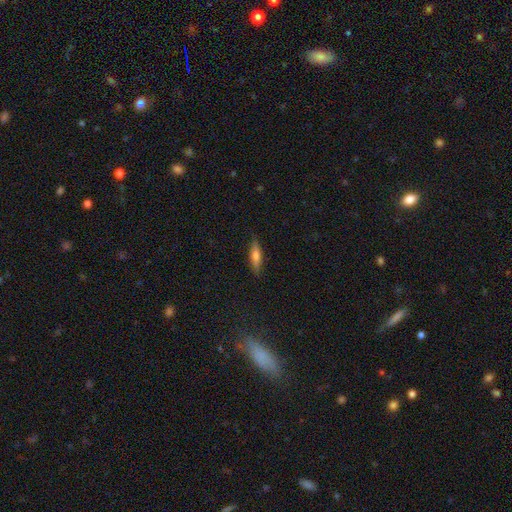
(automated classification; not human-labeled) Smooth or featured? Predicted: smooth (p=0.64). How rounded? Predicted: cigar-shaped (p=0.63). Merging? Predicted: none (p=0.84).